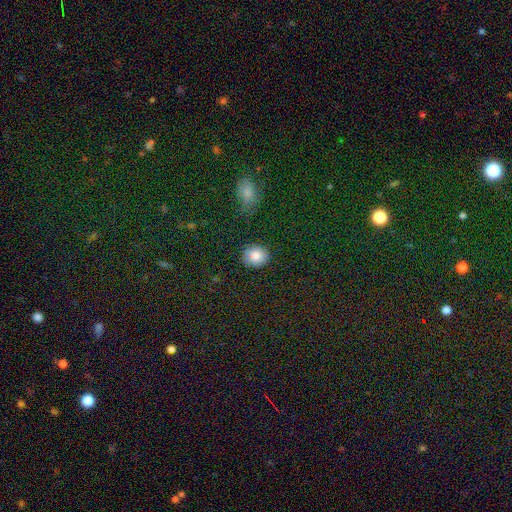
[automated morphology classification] smooth 85%, star or artifact 9%, featured or disk 6%. Down the decision tree: how rounded — round (75%); merging — none (83%).